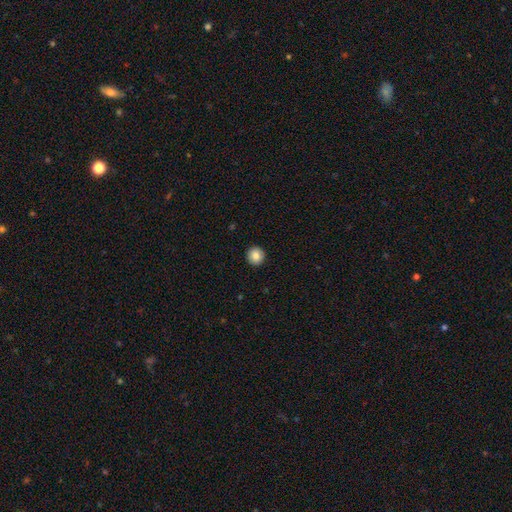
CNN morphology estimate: smooth-or-featured: smooth: 84% | star or artifact: 9% | featured or disk: 7%
  how-rounded: round: 94% | in between: 5% | cigar-shaped: 1%
  merging: none: 93% | minor disturbance: 5% | major disturbance: 1% | merger: 1%